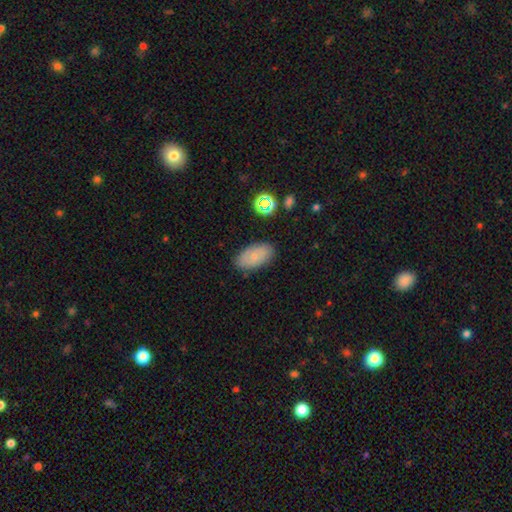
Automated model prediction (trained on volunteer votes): A smooth galaxy with no disk features (70%) that is in between round and cigar-shaped (93%). Merging: none (82%).